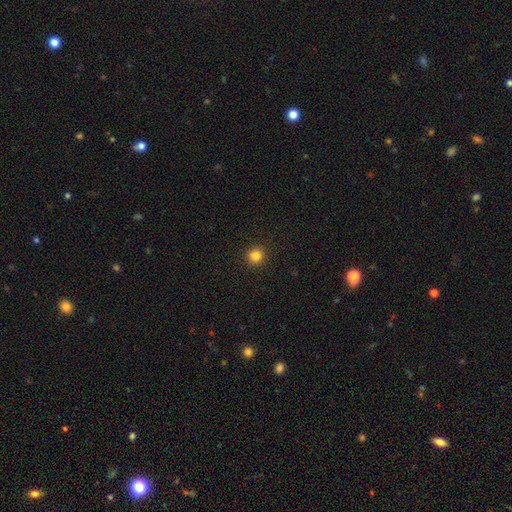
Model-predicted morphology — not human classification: A smooth galaxy with no disk features (84%) that is round (92%).

Vote fractions:
- Smooth or featured? smooth: 84% / star or artifact: 12% / featured or disk: 4%
- How rounded? round: 92% / in between: 8% / cigar-shaped: 1%
- Merging? none: 91% / minor disturbance: 6% / major disturbance: 2% / merger: 1%